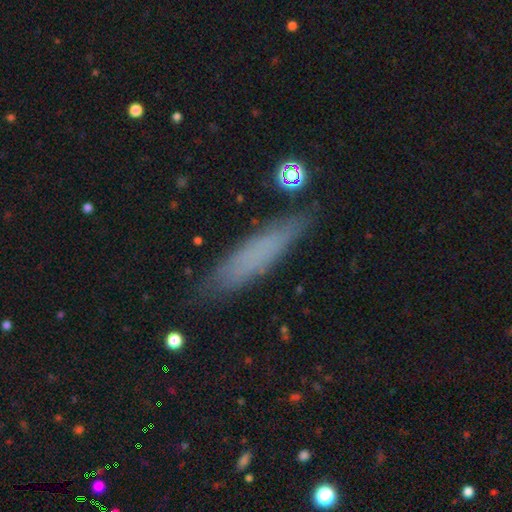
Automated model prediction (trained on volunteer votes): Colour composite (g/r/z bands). It shows a smooth galaxy with no disk features (67%) that is cigar-shaped (81%). Merging: none (82%).